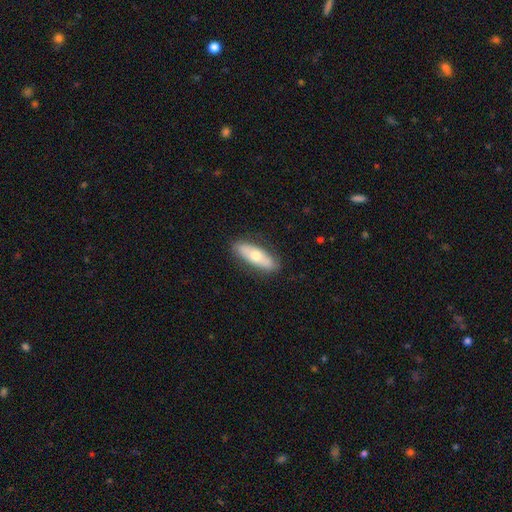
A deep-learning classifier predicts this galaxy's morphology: This appears to be a smooth galaxy with no disk features (61%) that is in between round and cigar-shaped (59%). Merging: none (86%).